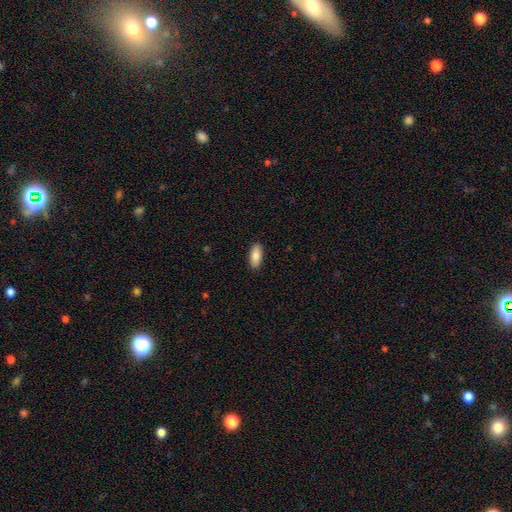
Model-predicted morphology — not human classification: Smooth or featured? smooth (86%)
How rounded? in between (88%)
Merging? none (89%)